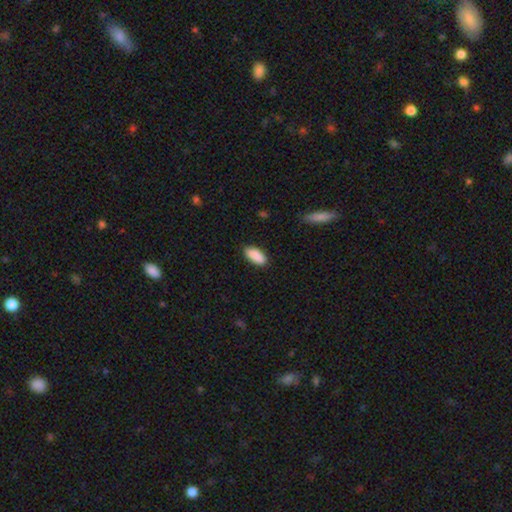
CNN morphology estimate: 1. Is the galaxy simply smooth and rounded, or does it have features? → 90% smooth, 6% star or artifact, 4% featured or disk.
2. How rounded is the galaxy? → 87% in between, 11% cigar-shaped, 2% round.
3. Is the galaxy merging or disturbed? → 87% none, 10% minor disturbance, 2% major disturbance, 1% merger.